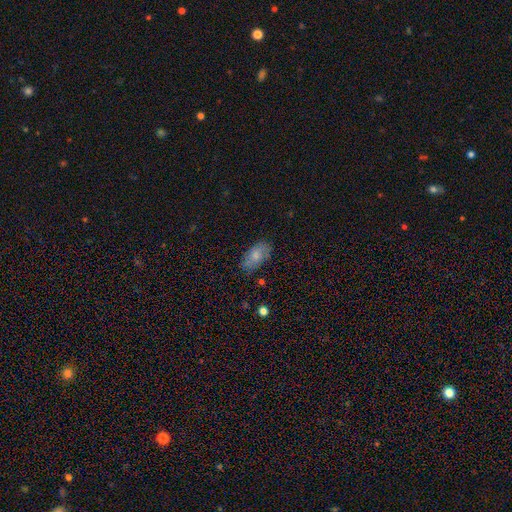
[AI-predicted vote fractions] Smooth or featured: smooth — 74% (featured or disk — 18%)
How rounded: in between — 92% (round — 4%)
Merging: none — 76% (minor disturbance — 18%)